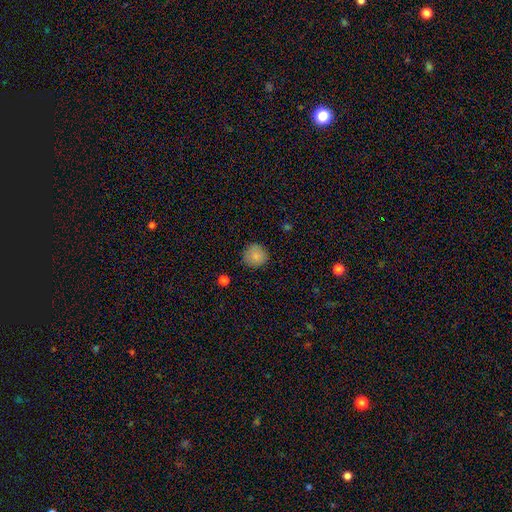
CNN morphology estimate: This appears to be a smooth galaxy with no disk features (86%) that is round (92%). Merging: none (87%).